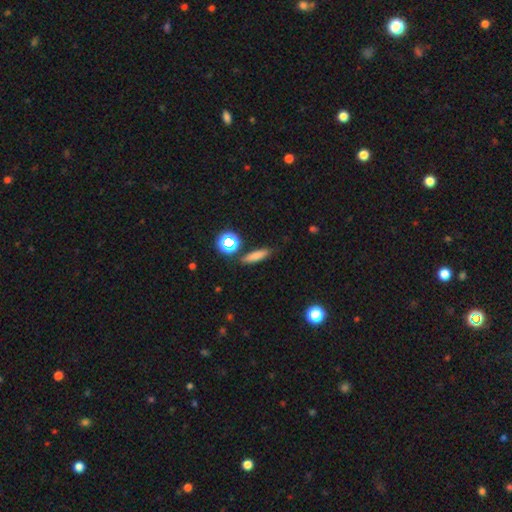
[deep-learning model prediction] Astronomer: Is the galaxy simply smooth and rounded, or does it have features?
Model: smooth — 75%.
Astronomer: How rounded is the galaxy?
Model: cigar-shaped — 65%.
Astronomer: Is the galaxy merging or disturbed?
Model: none — 84%.